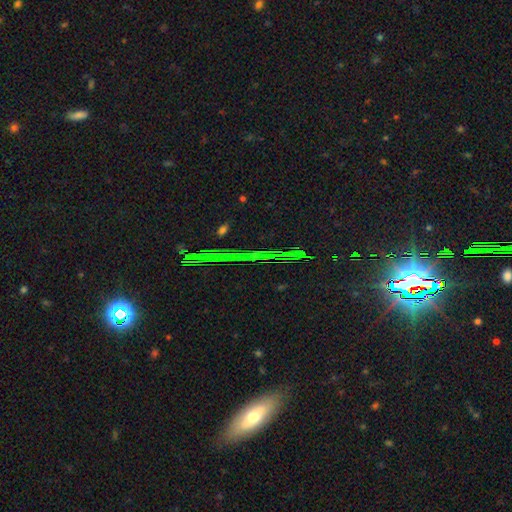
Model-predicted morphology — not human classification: Smooth or featured: star or artifact — 65% (featured or disk — 20%)